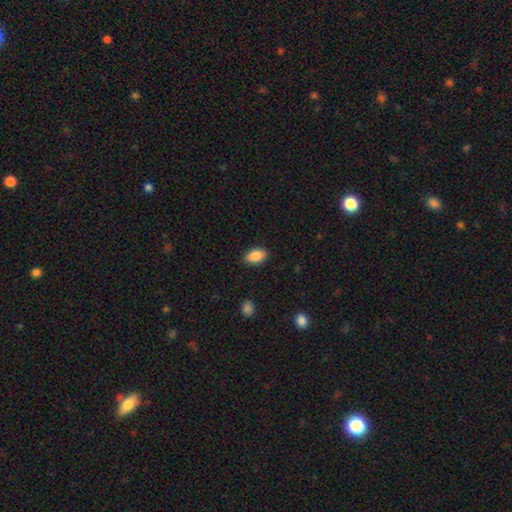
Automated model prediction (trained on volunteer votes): A smooth galaxy with no disk features (87%) that is in between round and cigar-shaped (91%).

Vote fractions:
- Smooth or featured? smooth: 87% / star or artifact: 7% / featured or disk: 6%
- How rounded? in between: 91% / round: 6% / cigar-shaped: 3%
- Merging? none: 87% / minor disturbance: 10% / major disturbance: 2% / merger: 1%